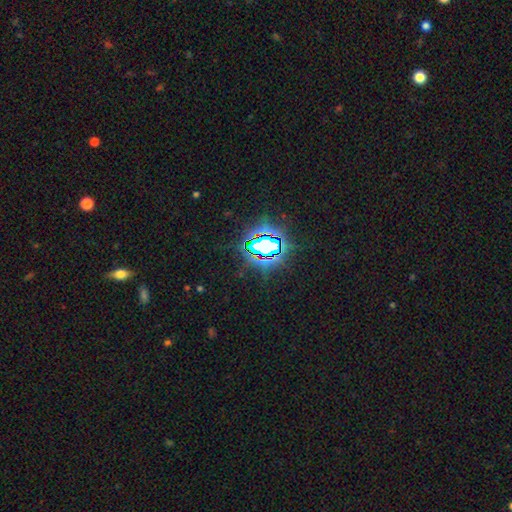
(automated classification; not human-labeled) Overall: star or artifact (80%).